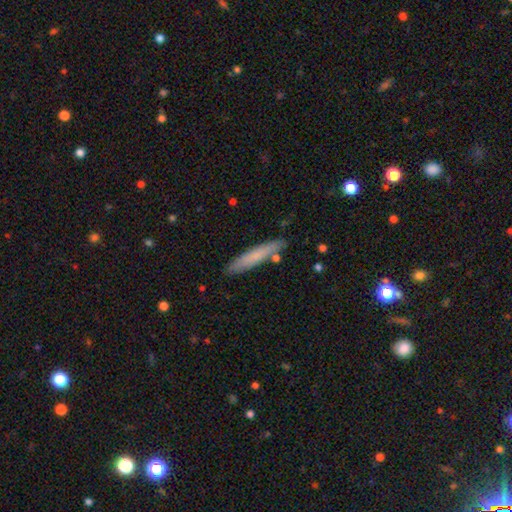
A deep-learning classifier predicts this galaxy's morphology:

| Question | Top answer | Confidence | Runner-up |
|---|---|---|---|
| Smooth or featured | smooth | 69% | featured or disk (25%) |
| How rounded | cigar-shaped | 92% | in between (7%) |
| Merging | none | 85% | minor disturbance (10%) |